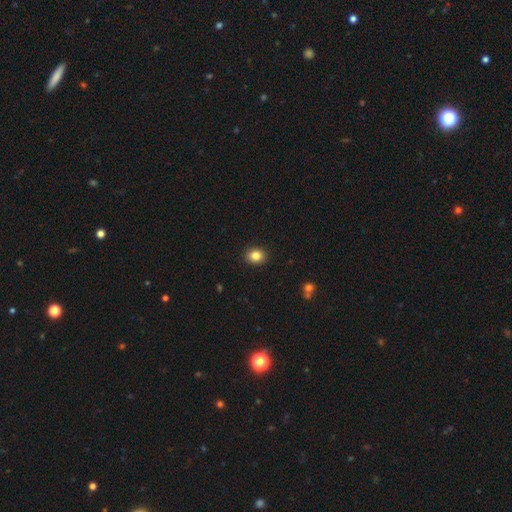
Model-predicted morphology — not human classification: Q: Smooth or featured?
A: smooth (84%); runner-up: star or artifact (10%)
Q: How rounded?
A: round (54%); runner-up: in between (45%)
Q: Merging?
A: none (91%); runner-up: minor disturbance (6%)